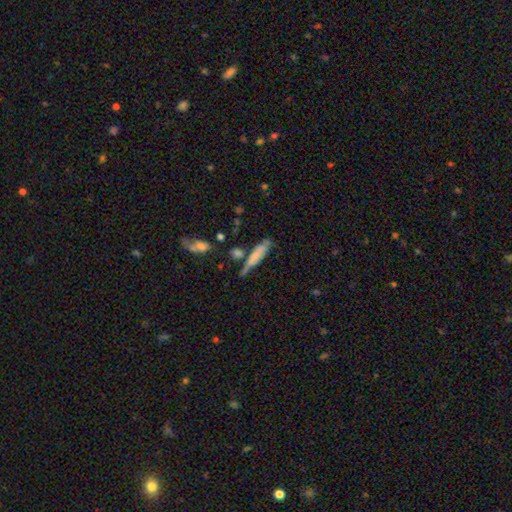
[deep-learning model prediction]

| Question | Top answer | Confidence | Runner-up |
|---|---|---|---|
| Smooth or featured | smooth | 68% | featured or disk (24%) |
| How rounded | cigar-shaped | 80% | in between (18%) |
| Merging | none | 51% | minor disturbance (24%) |